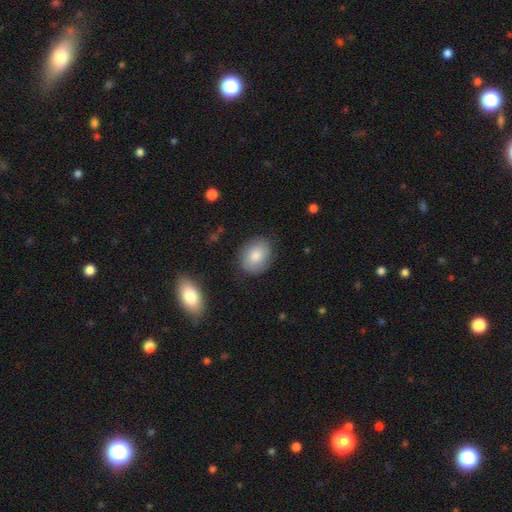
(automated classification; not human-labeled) Morphology: type=smooth (83%); roundness=in between (57%); merging=none (84%).